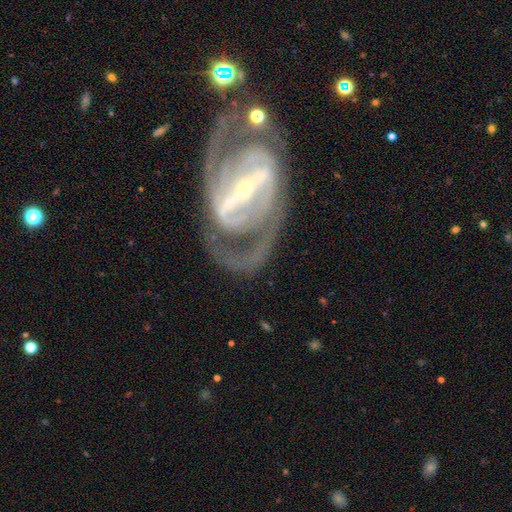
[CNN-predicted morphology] A featured or disk galaxy (91%) with a strong bar (82%), 2 (83%) medium (48%) spiral arms (95%) and a small central bulge (80%). Merging: none (70%).